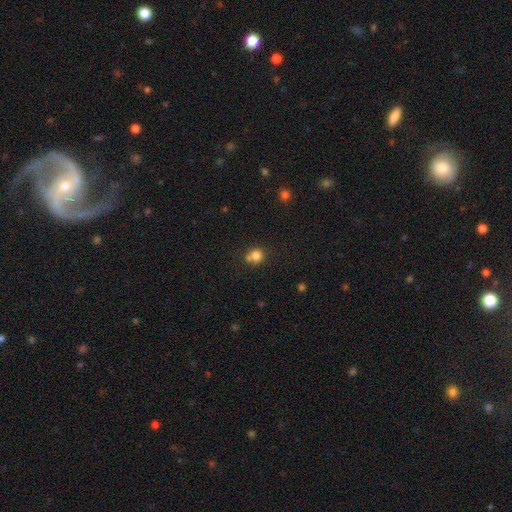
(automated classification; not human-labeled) This is likely a smooth galaxy (80%). How rounded: clearly round (82%). Merging: possibly none (54%).